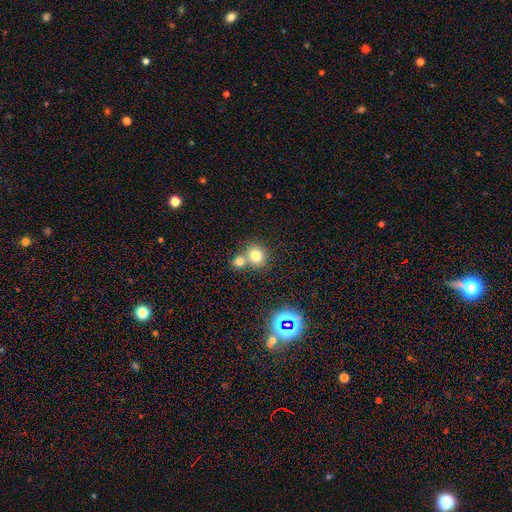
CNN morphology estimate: Q: Smooth or featured?
A: smooth (76%); runner-up: star or artifact (15%)
Q: How rounded?
A: round (81%); runner-up: in between (18%)
Q: Merging?
A: none (49%); runner-up: merger (42%)